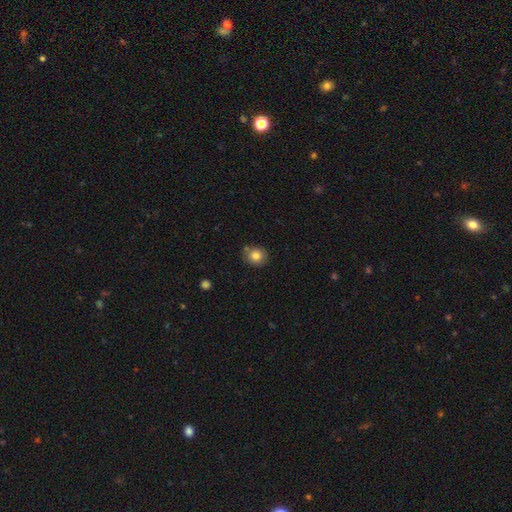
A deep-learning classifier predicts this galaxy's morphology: This appears to be a smooth galaxy with no disk features (82%) that is round (81%). Merging: none (77%).